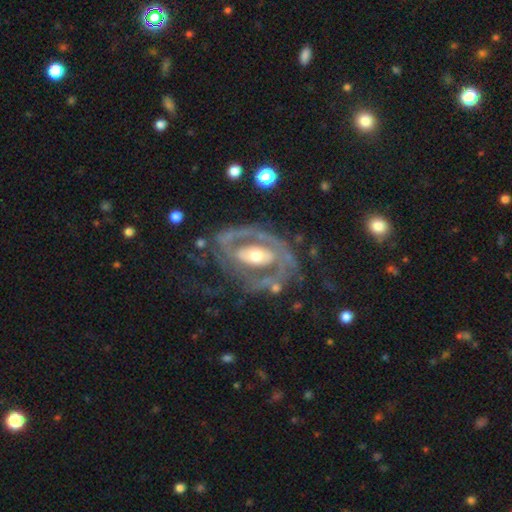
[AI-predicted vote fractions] The model was most divided on "spiral winding": tight: 47%, medium: 37%, loose: 16%. Remaining: edge-on disk — no (95%); smooth or featured — featured or disk (87%); spiral arms — yes (79%); bulge size — moderate (65%); merging — none (55%); spiral arm count — 2 (55%); bar — no (44%).